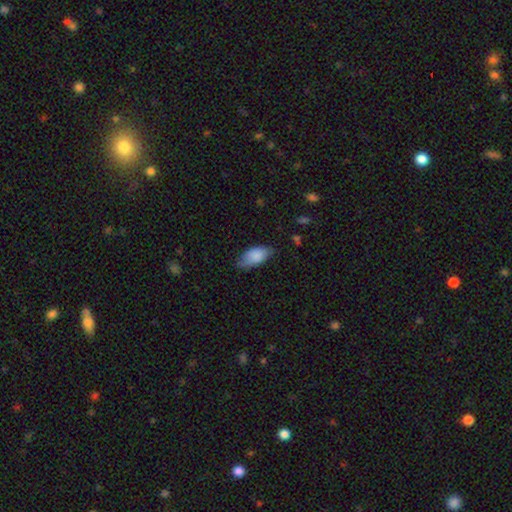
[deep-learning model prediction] A smooth galaxy with no disk features (84%) that is in between round and cigar-shaped (92%). Merging: none (63%).